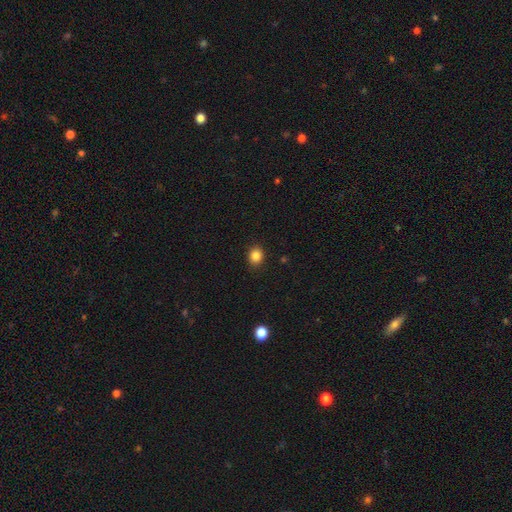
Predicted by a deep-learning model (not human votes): A smooth galaxy with no disk features (85%) that is round (63%). Merging: none (90%).